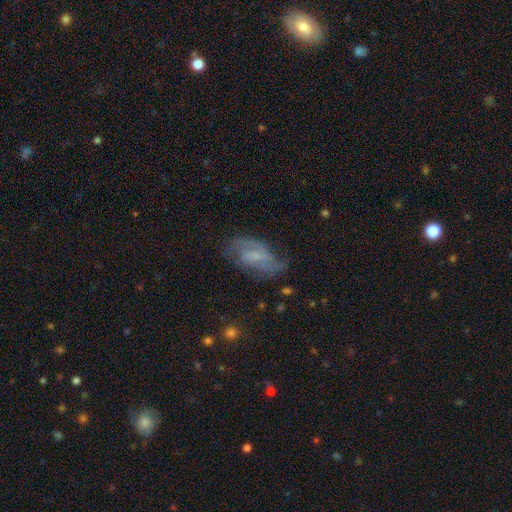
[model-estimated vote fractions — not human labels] This appears to be a featured or disk galaxy (68%) with a weak bar (53%), 2 (72%) medium (46%) spiral arms (88%) and a small central bulge (48%). Merging: none (59%).